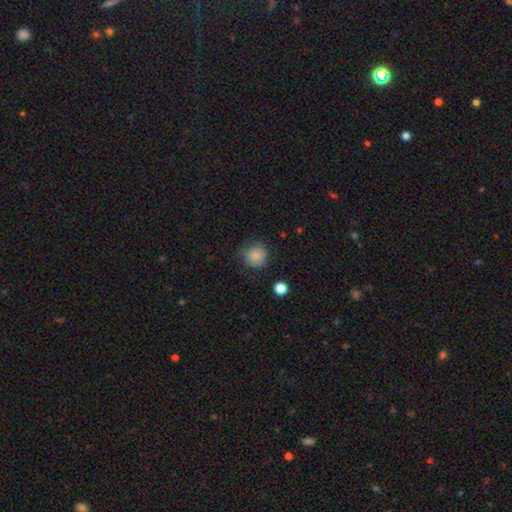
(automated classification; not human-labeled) Q: Smooth or featured?
A: smooth (83%); runner-up: star or artifact (10%)
Q: How rounded?
A: round (89%); runner-up: in between (10%)
Q: Merging?
A: none (69%); runner-up: minor disturbance (23%)